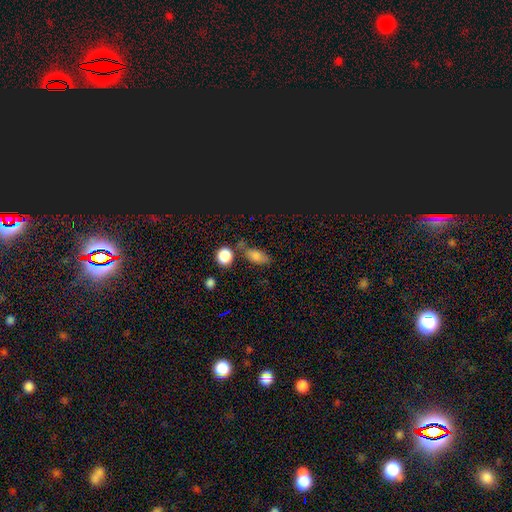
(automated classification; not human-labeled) This appears to be a smooth galaxy with no disk features (73%) that is in between round and cigar-shaped (78%). Merging: none (58%).